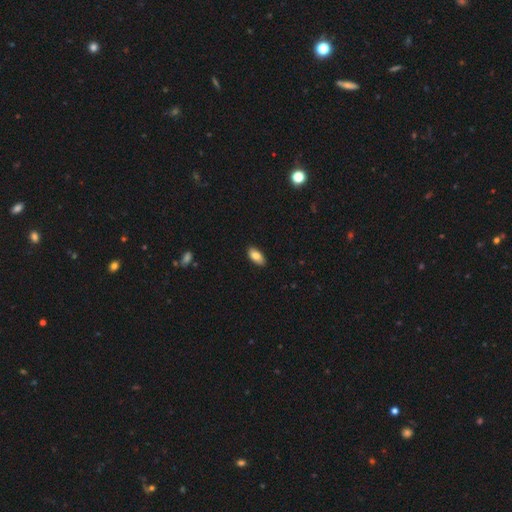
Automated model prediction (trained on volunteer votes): Q: Smooth or featured?
A: smooth (83%); runner-up: featured or disk (10%)
Q: How rounded?
A: in between (92%); runner-up: cigar-shaped (5%)
Q: Merging?
A: none (88%); runner-up: minor disturbance (10%)